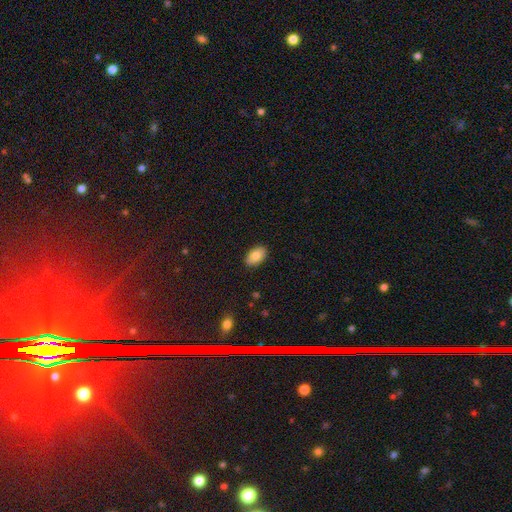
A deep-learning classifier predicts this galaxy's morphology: Overall: smooth (83%). How rounded: in between (92%). Merging: none (89%).